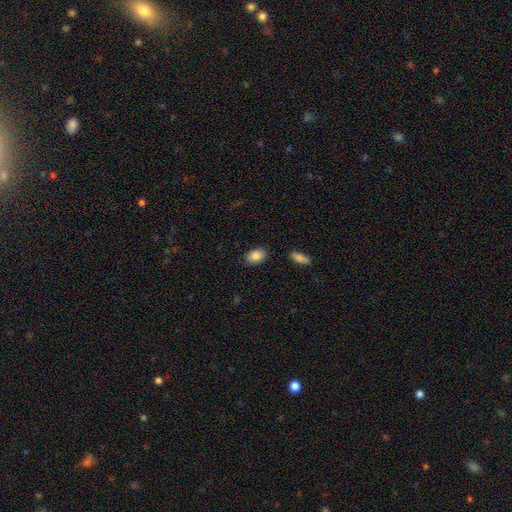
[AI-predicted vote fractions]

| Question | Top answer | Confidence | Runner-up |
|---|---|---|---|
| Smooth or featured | smooth | 86% | star or artifact (7%) |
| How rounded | in between | 86% | round (12%) |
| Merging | none | 86% | minor disturbance (9%) |